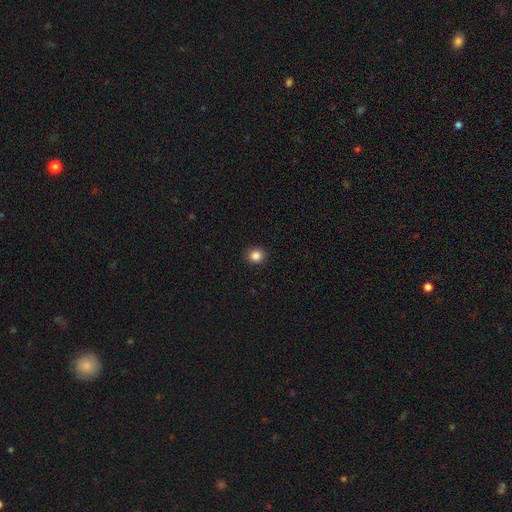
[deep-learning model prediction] Overall: smooth (86%). How rounded: round (86%). Merging: none (91%).